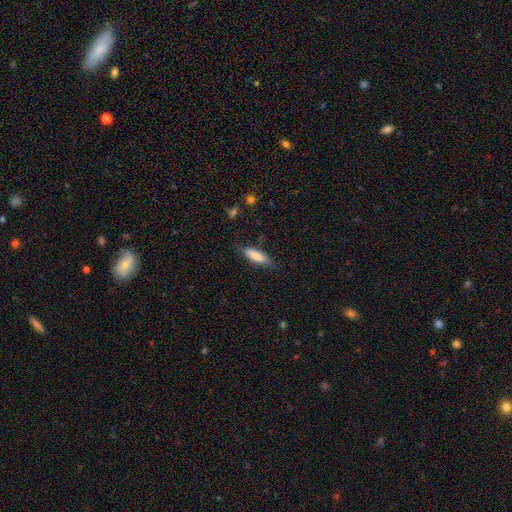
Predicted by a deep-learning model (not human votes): Smooth or featured? Predicted: smooth (p=0.80). How rounded? Predicted: cigar-shaped (p=0.50). Merging? Predicted: none (p=0.77).